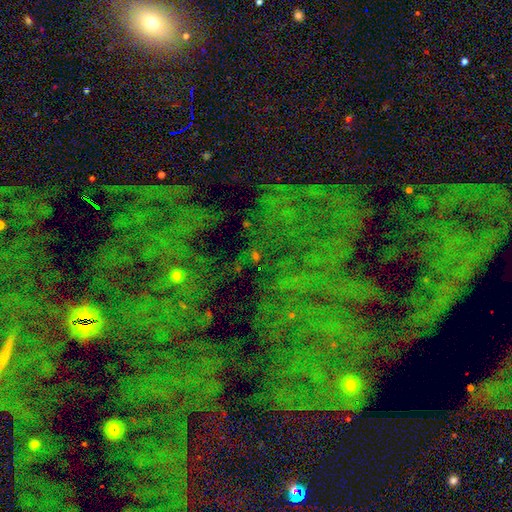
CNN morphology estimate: Smooth or featured: star or artifact — 74% (smooth — 15%)